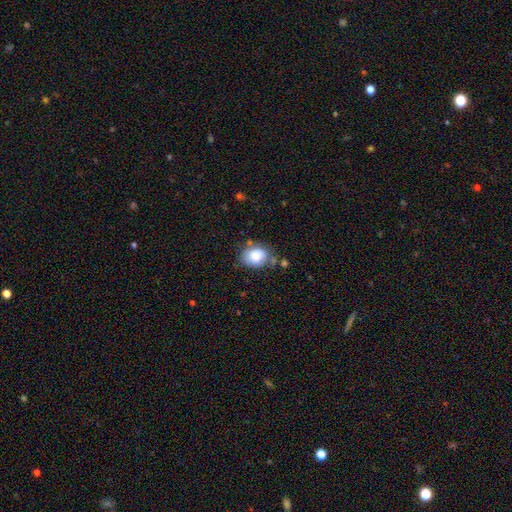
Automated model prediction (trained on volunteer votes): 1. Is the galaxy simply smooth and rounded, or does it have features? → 81% smooth, 11% featured or disk, 8% star or artifact.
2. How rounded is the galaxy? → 54% in between, 45% round, 1% cigar-shaped.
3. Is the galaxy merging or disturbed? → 64% none, 23% minor disturbance, 6% merger, 6% major disturbance.